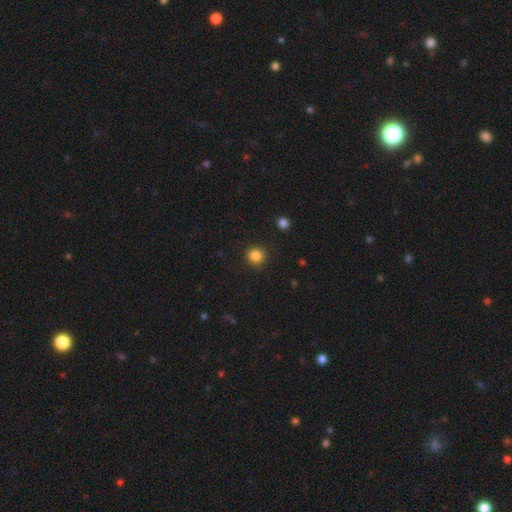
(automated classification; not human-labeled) smooth 85%, star or artifact 11%, featured or disk 4%. Down the decision tree: how rounded — round (92%); merging — none (91%).